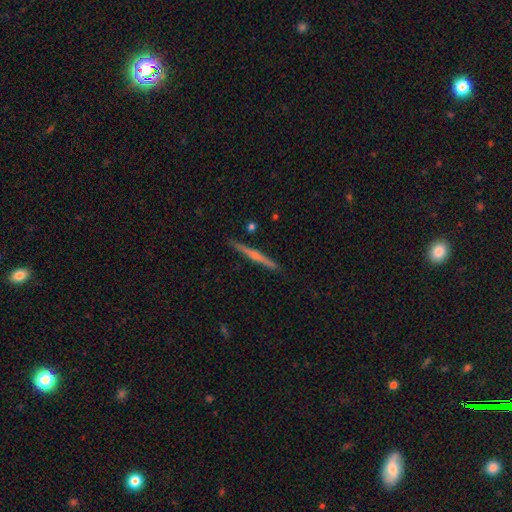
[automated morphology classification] featured or disk 63%, smooth 31%, star or artifact 6%. Down the decision tree: edge-on disk — yes (98%); edge-on bulge — rounded (55%); merging — none (90%).